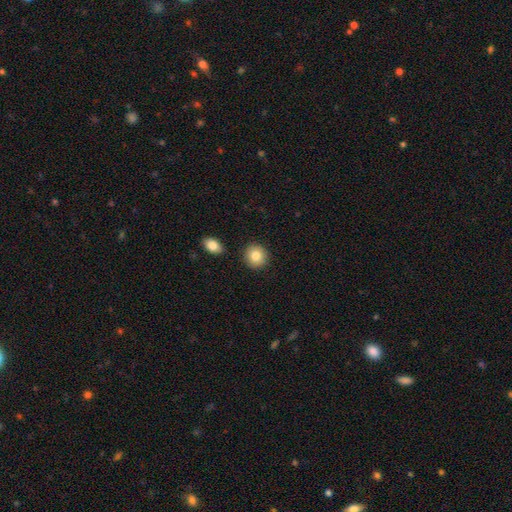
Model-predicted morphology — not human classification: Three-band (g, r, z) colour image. It shows a smooth galaxy with no disk features (84%) that is round (88%). Merging: none (88%).